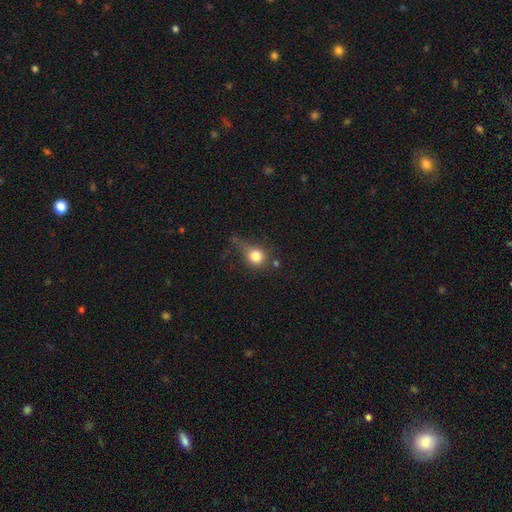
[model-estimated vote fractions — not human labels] The model was most divided on "merging": none: 42%, minor disturbance: 29%, major disturbance: 21%, merger: 9%. More confident: smooth or featured — smooth (78%); how rounded — round (77%).